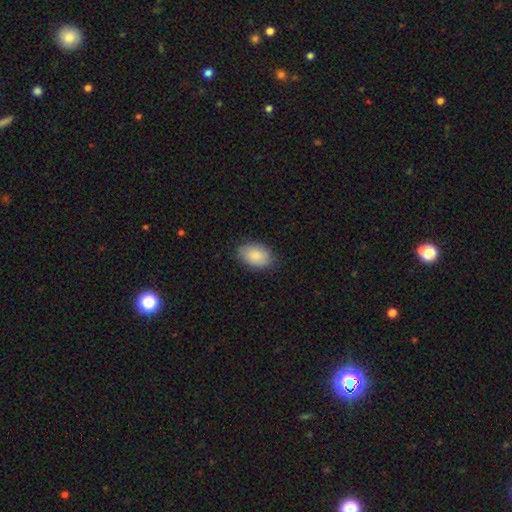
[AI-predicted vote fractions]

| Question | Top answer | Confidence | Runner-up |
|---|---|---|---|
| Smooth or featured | smooth | 87% | featured or disk (7%) |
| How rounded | in between | 89% | round (10%) |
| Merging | none | 83% | minor disturbance (13%) |